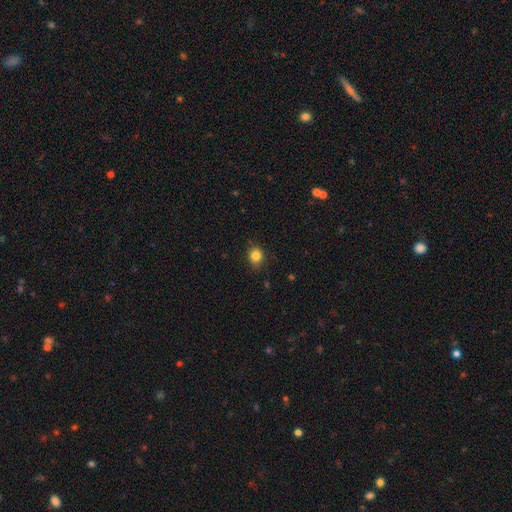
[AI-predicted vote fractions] A smooth galaxy with no disk features (84%) that is round (72%). Merging: none (82%).